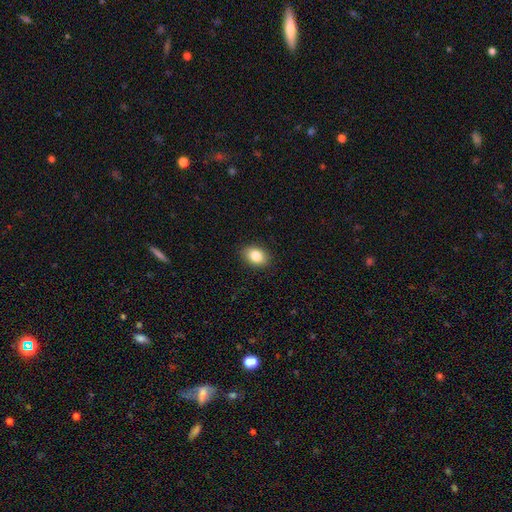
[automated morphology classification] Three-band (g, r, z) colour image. It shows a smooth galaxy with no disk features (84%) that is in between round and cigar-shaped (77%). Merging: none (89%).